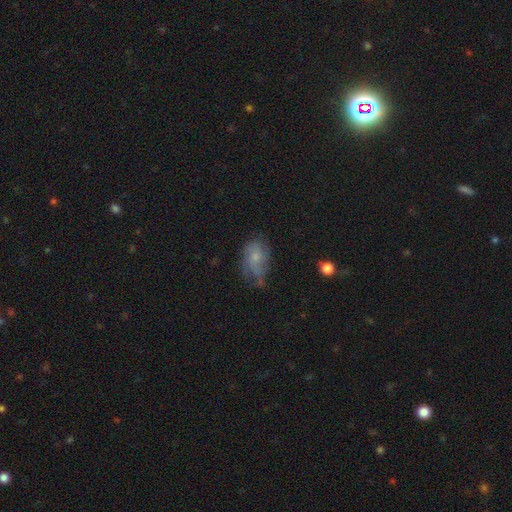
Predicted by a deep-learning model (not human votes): smooth-or-featured: smooth: 49% | featured or disk: 38% | star or artifact: 13%
  merging: none: 49% | minor disturbance: 33% | major disturbance: 16% | merger: 3%